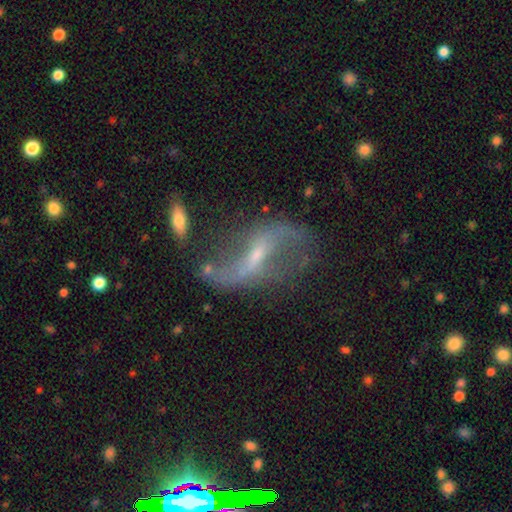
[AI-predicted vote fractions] Smooth or featured? featured or disk (85%)
Edge-on disk? no (92%)
Bar? weak (40%)
Spiral arms? yes (89%)
Spiral winding? loose (88%)
Spiral arm count? 2 (90%)
Bulge size? small (67%)
Merging? none (55%)